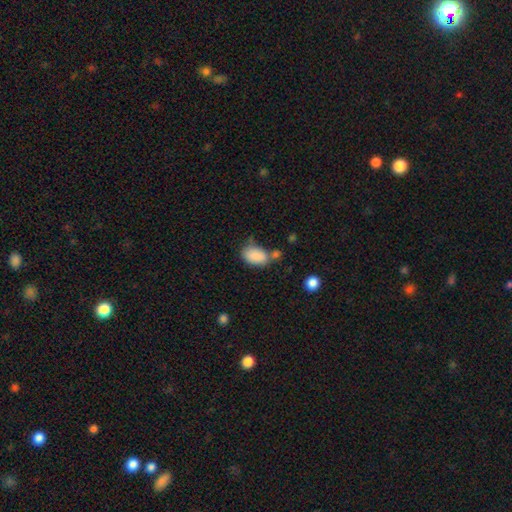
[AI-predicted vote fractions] This appears to be a smooth galaxy with no disk features (87%) that is in between round and cigar-shaped (90%). Merging: none (53%).